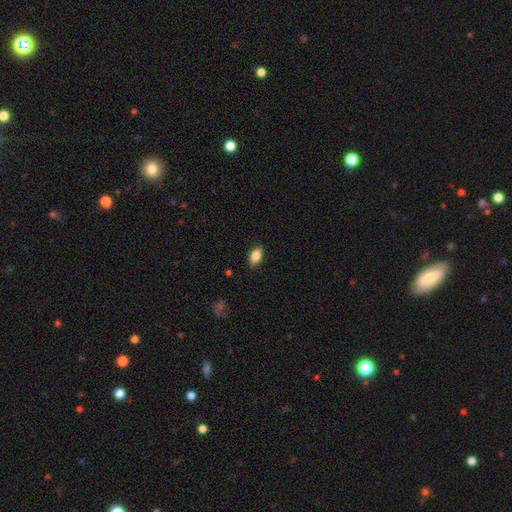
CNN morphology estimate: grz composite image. It shows a smooth galaxy with no disk features (86%) that is in between round and cigar-shaped (92%). Merging: none (88%).